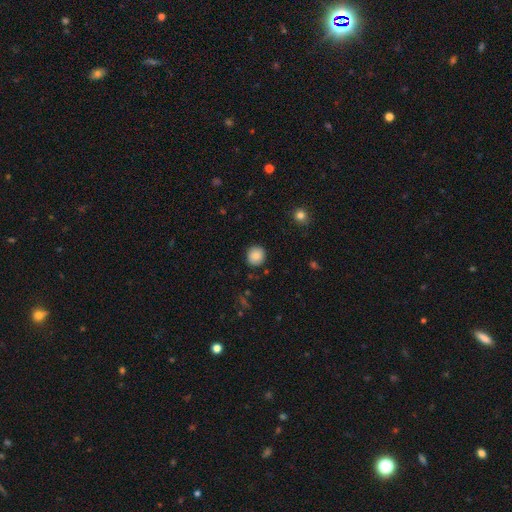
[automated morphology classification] Smooth or featured?
  - smooth: 88% *
  - star or artifact: 8%
  - featured or disk: 4%
How rounded?
  - round: 90% *
  - in between: 9%
  - cigar-shaped: 1%
Merging?
  - none: 90% *
  - minor disturbance: 7%
  - major disturbance: 2%
  - merger: 1%